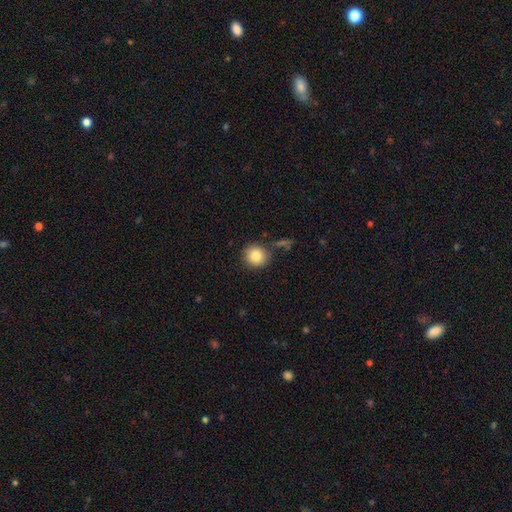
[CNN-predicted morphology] smooth-or-featured: smooth: 85% | star or artifact: 9% | featured or disk: 6%
  how-rounded: round: 89% | in between: 10% | cigar-shaped: 1%
  merging: none: 81% | minor disturbance: 10% | merger: 6% | major disturbance: 3%